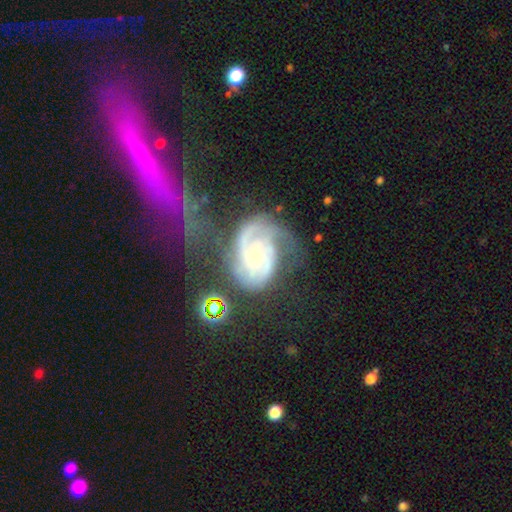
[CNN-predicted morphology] featured or disk 82%, smooth 10%, star or artifact 8%. Down the decision tree: edge-on disk — no (98%); bar — no (67%); spiral arms — yes (95%); spiral arm count — 2 (45%); spiral winding — tight (50%); bulge size — small (57%); merging — none (37%).